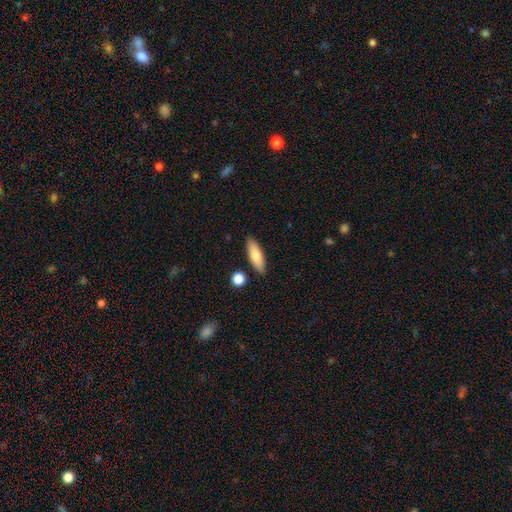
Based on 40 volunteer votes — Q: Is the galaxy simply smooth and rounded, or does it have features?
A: smooth — 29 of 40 (72%).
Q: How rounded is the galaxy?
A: cigar-shaped — 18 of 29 (62%).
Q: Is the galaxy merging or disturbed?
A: none — 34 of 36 (94%).